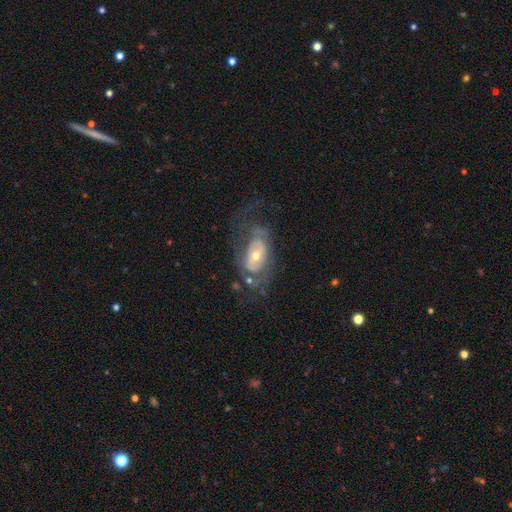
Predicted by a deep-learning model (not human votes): Smooth or featured?
  - featured or disk: 72% *
  - smooth: 21%
  - star or artifact: 7%
Edge-on disk?
  - no: 92% *
  - yes: 8%
Bar?
  - no: 71% *
  - weak: 21%
  - strong: 8%
Spiral arms?
  - yes: 60% *
  - no: 40%
Bulge size?
  - moderate: 53% *
  - small: 42%
  - large: 4%
  - dominant: 1%
  - none: 1%
Merging?
  - none: 48% *
  - major disturbance: 29%
  - minor disturbance: 20%
  - merger: 3%